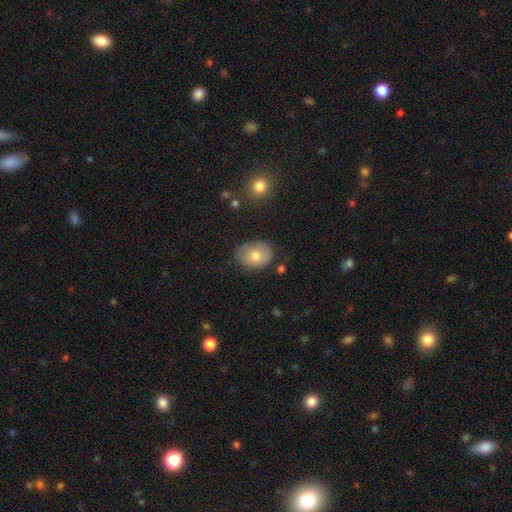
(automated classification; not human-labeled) Overall: smooth (73%). How rounded: in between (58%; round 41%). Merging: none (73%).